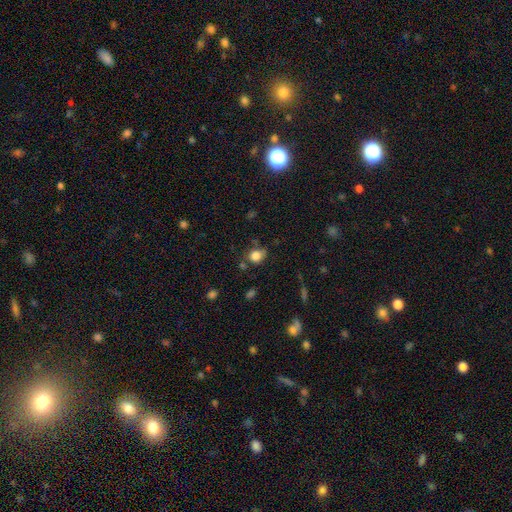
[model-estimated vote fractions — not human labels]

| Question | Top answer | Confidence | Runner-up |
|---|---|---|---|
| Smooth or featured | smooth | 83% | star or artifact (11%) |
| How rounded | round | 66% | in between (33%) |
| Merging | none | 64% | minor disturbance (22%) |